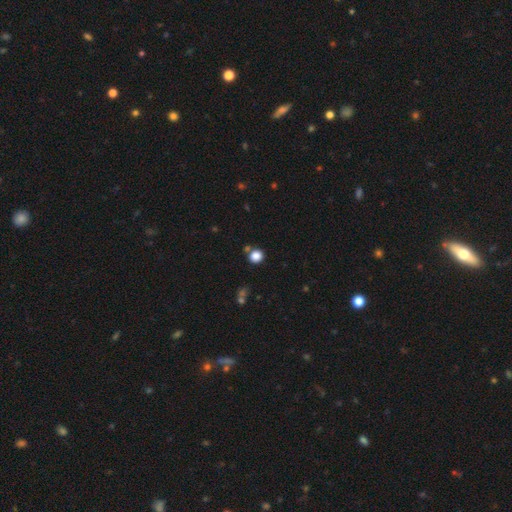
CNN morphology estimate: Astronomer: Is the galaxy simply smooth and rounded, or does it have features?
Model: smooth — 84%.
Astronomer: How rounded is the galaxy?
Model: round — 88%.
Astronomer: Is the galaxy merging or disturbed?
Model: none — 78%.